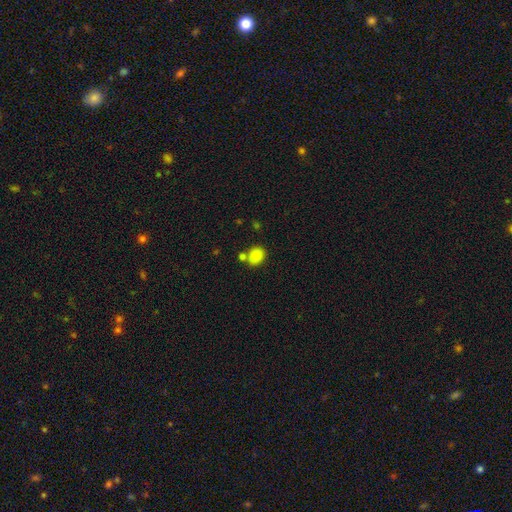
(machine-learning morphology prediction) Overall: smooth (86%). How rounded: in between (57%; round 42%). Merging: none (65%).